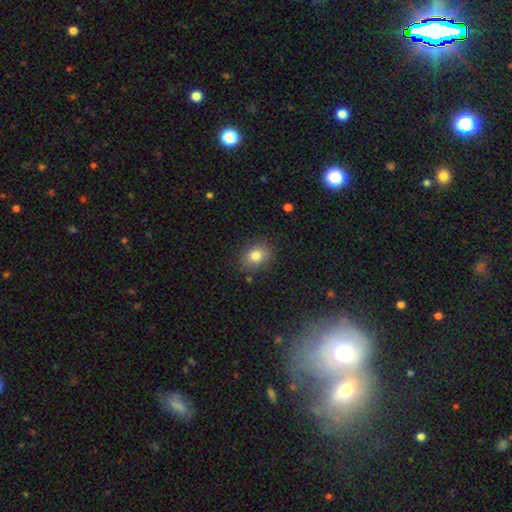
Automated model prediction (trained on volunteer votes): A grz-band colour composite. It shows a smooth galaxy with no disk features (81%) that is round (51%). Merging: none (85%).